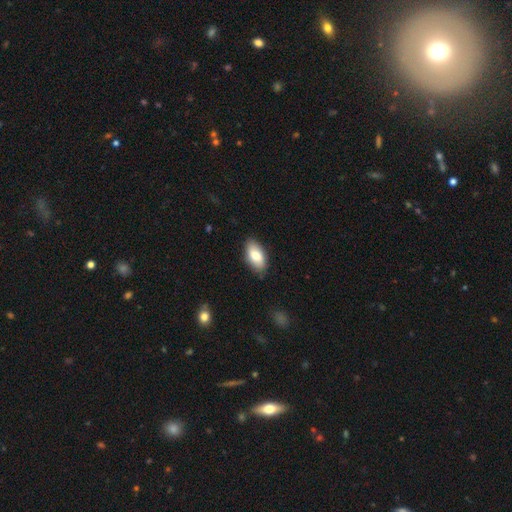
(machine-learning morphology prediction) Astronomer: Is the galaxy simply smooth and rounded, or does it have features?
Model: smooth — 81%.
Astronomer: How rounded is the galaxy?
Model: in between — 93%.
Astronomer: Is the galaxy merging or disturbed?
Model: none — 83%.